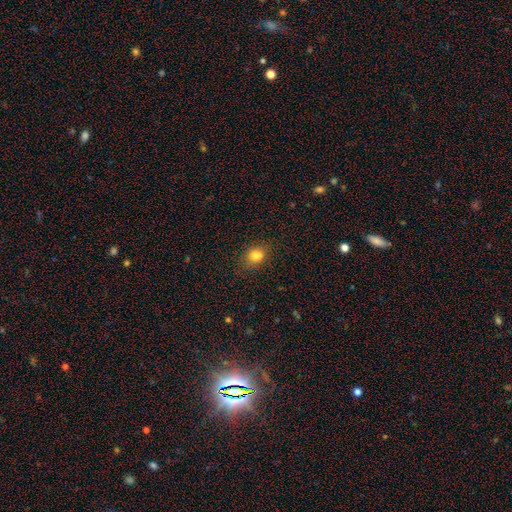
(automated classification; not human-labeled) smooth_or_featured: smooth (p=0.80) [alt: star or artifact p=0.13]
how_rounded: round (p=0.54) [alt: in between p=0.45]
merging: none (p=0.75) [alt: minor disturbance p=0.17]